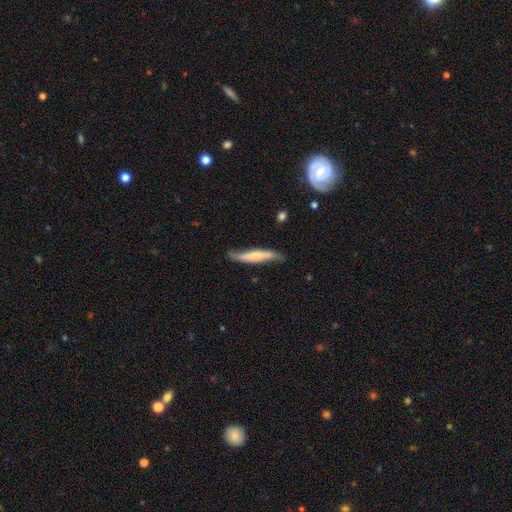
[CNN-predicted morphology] Smooth or featured? featured or disk (47%, tied with smooth)
Merging? none (62%)